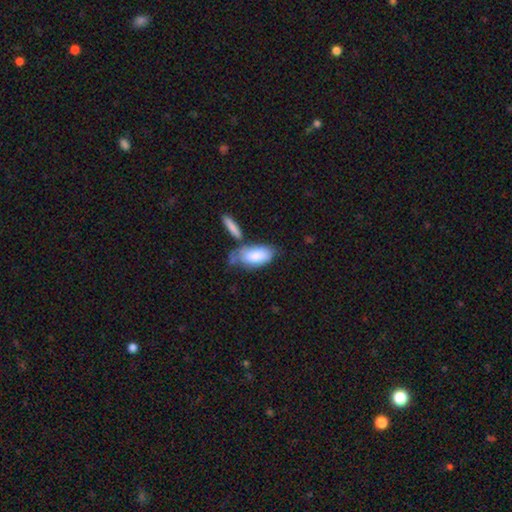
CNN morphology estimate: Smooth or featured? smooth (79%)
How rounded? in between (90%)
Merging? none (37%)